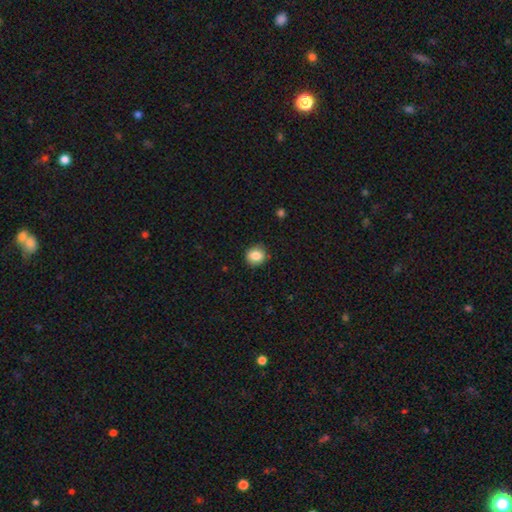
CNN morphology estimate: Smooth or featured?
  - smooth: 85% *
  - star or artifact: 9%
  - featured or disk: 6%
How rounded?
  - round: 78% *
  - in between: 21%
  - cigar-shaped: 1%
Merging?
  - none: 85% *
  - minor disturbance: 12%
  - major disturbance: 2%
  - merger: 1%